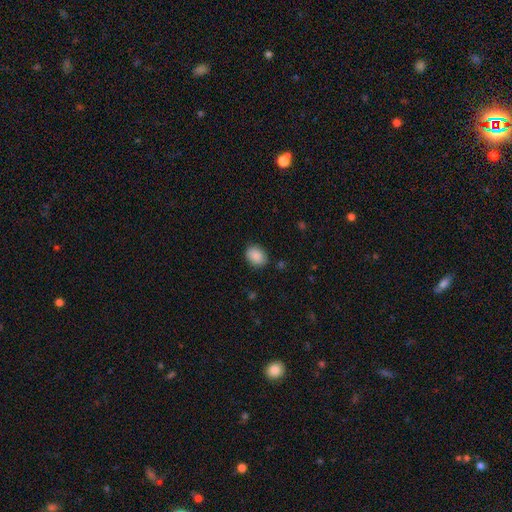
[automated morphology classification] The model was most divided on "how rounded": in between: 68%, round: 31%, cigar-shaped: 1%. More confident: smooth or featured — smooth (89%); merging — none (83%).